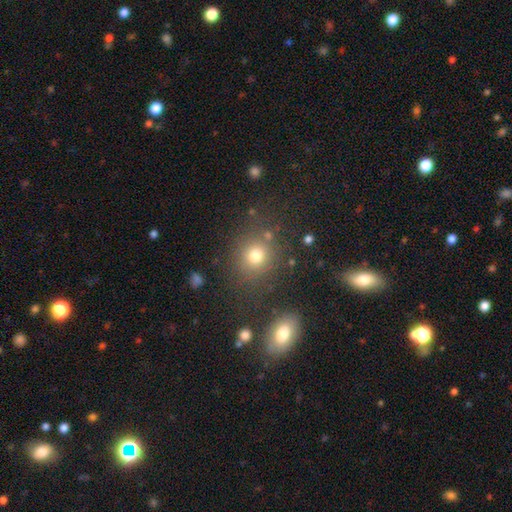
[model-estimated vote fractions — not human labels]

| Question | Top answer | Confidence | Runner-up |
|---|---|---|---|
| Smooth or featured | smooth | 75% | star or artifact (16%) |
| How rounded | round | 82% | in between (17%) |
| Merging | none | 78% | minor disturbance (11%) |